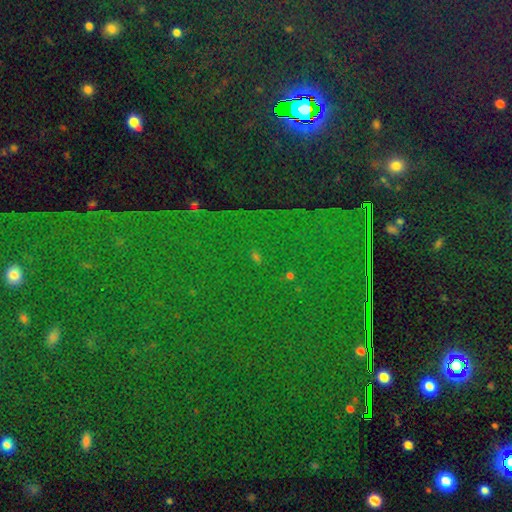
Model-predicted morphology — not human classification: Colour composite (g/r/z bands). It shows a star or artifact, not a galaxy (86%).